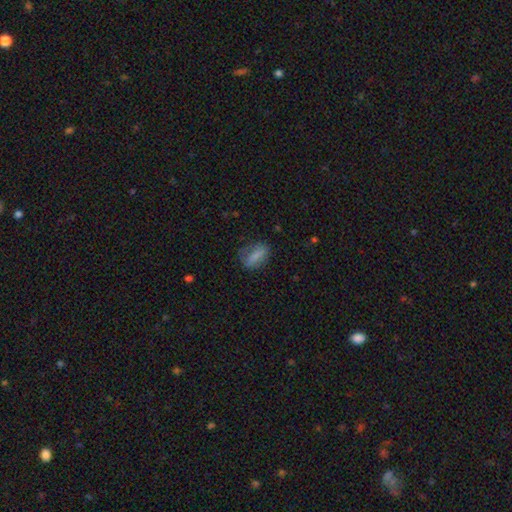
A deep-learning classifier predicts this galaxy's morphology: Smooth or featured? Predicted: smooth (p=0.72). How rounded? Predicted: in between (p=0.71). Merging? Predicted: none (p=0.60).